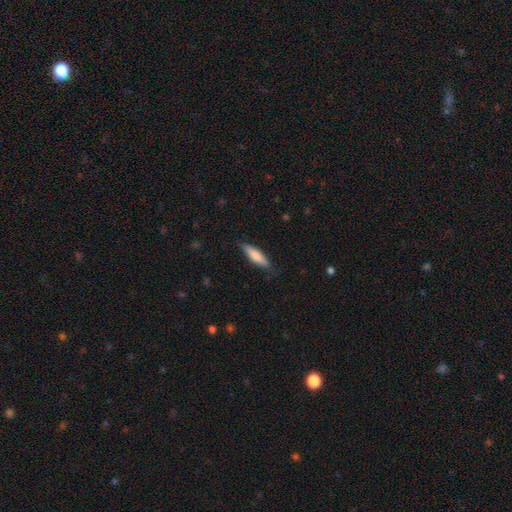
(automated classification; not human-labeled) Overall: smooth (77%). How rounded: cigar-shaped (67%; in between 31%). Merging: none (81%).